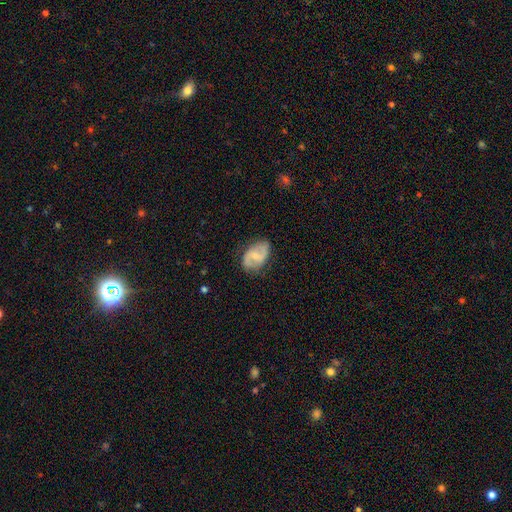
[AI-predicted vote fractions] Smooth or featured?
  - featured or disk: 68% *
  - smooth: 26%
  - star or artifact: 6%
Edge-on disk?
  - no: 97% *
  - yes: 3%
Bar?
  - weak: 53% *
  - no: 30%
  - strong: 16%
Spiral arms?
  - yes: 88% *
  - no: 12%
Spiral winding?
  - medium: 43% *
  - loose: 41%
  - tight: 16%
Spiral arm count?
  - 2: 89% *
  - can't tell: 6%
  - 1: 2%
  - 3: 1%
  - 4: 1%
  - more than 4: 1%
Bulge size?
  - small: 55% *
  - moderate: 35%
  - none: 7%
  - large: 2%
  - dominant: 1%
Merging?
  - none: 77% *
  - minor disturbance: 17%
  - major disturbance: 4%
  - merger: 1%